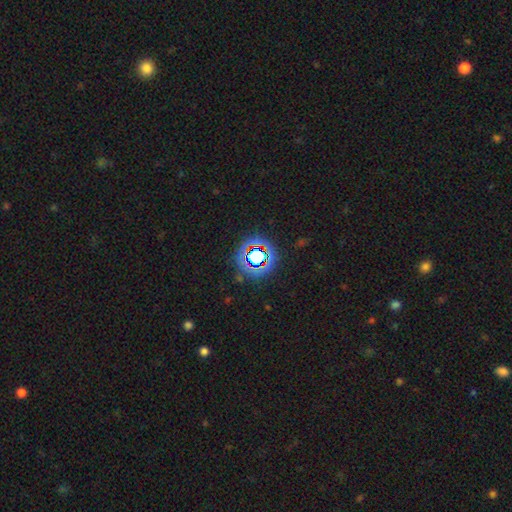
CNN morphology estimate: A star or artifact, not a galaxy (63%).

Vote fractions:
- Smooth or featured? star or artifact: 63% / smooth: 25% / featured or disk: 12%